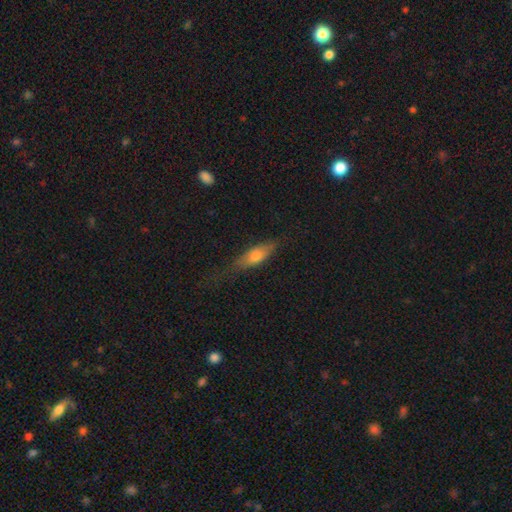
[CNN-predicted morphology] Q: Smooth or featured?
A: smooth (65%); runner-up: featured or disk (28%)
Q: How rounded?
A: in between (48%); tied with: cigar-shaped (48%)
Q: Merging?
A: none (61%); runner-up: minor disturbance (26%)